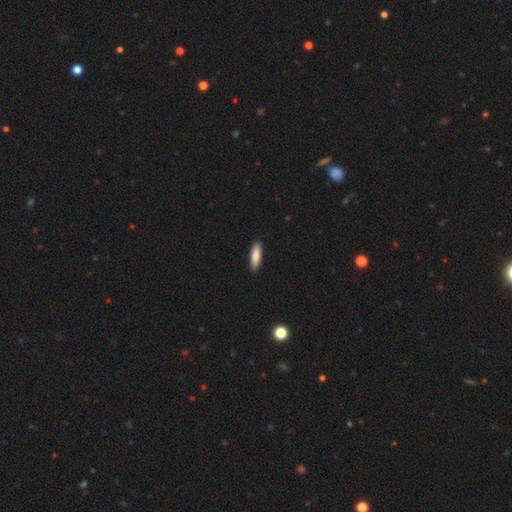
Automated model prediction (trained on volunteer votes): Smooth or featured: smooth — 82% (featured or disk — 12%)
How rounded: cigar-shaped — 57% (in between — 41%)
Merging: none — 90% (minor disturbance — 8%)